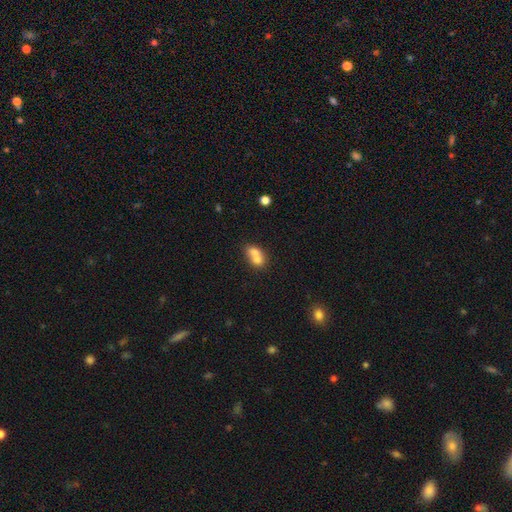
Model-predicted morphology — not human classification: Q: Smooth or featured?
A: smooth (70%); runner-up: featured or disk (21%)
Q: How rounded?
A: in between (55%); runner-up: round (43%)
Q: Merging?
A: merger (70%); runner-up: none (20%)